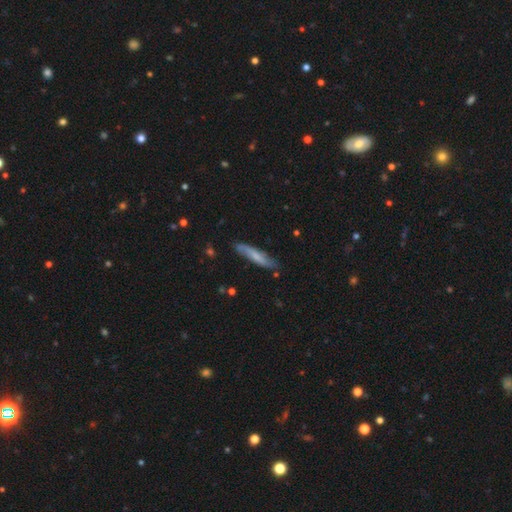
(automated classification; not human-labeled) Smooth or featured: smooth — 58% (featured or disk — 36%)
How rounded: cigar-shaped — 86% (in between — 13%)
Merging: none — 78% (minor disturbance — 17%)